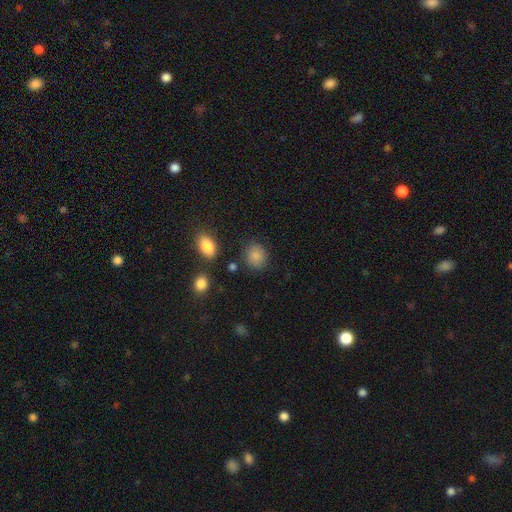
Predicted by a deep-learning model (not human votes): smooth 86%, star or artifact 9%, featured or disk 5%. Down the decision tree: how rounded — round (67%); merging — none (81%).